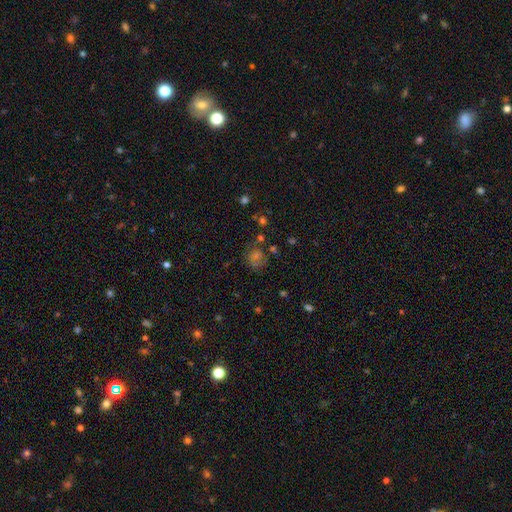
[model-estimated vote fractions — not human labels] Morphology: type=smooth (44%); merging=none (59%).